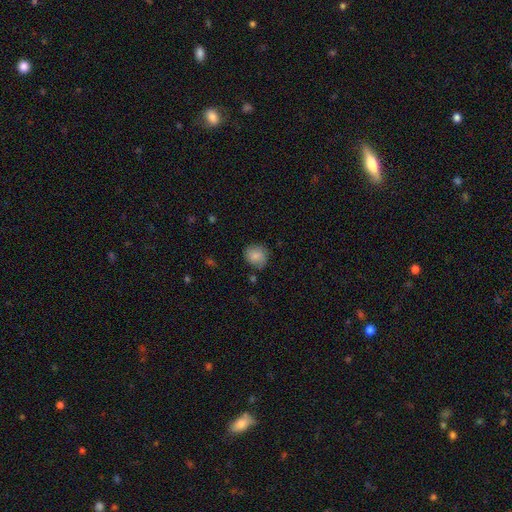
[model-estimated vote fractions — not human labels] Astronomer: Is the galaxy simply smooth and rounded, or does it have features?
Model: smooth — 81%.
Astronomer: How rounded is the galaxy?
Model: round — 78%.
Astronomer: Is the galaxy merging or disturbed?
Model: none — 73%.